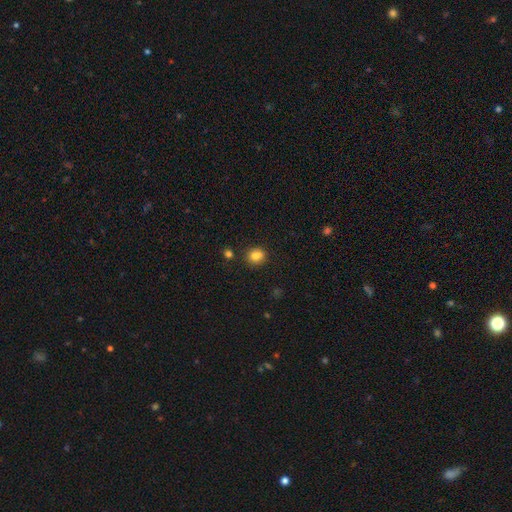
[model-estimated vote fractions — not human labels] The model was most divided on "how rounded": round: 81%, in between: 18%, cigar-shaped: 1%. More confident: merging — none (84%); smooth or featured — smooth (82%).